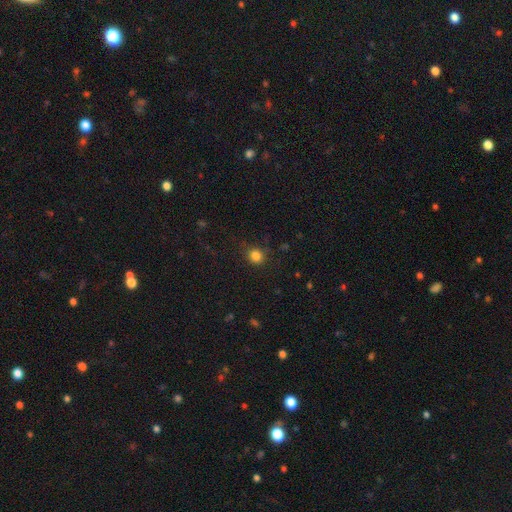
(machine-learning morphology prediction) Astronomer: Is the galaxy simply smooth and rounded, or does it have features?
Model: smooth — 84%.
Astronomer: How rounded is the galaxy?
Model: round — 84%.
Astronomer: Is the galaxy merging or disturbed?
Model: none — 85%.